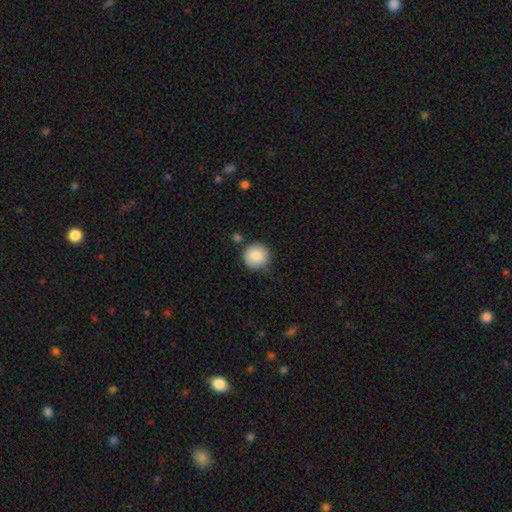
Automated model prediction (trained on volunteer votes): This appears to be a smooth galaxy with no disk features (87%) that is round (94%). Merging: none (77%).